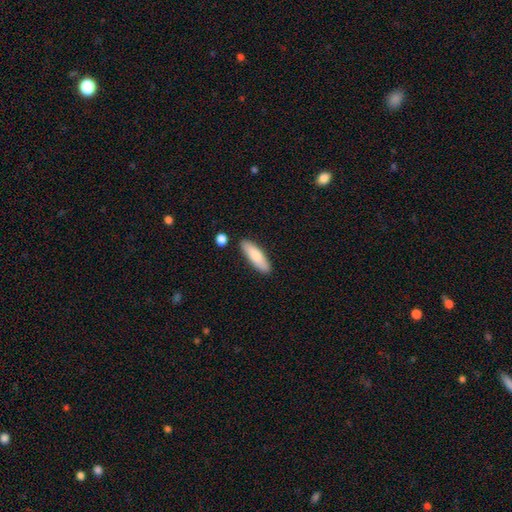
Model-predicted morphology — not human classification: The model was most divided on "how rounded": cigar-shaped: 54%, in between: 44%, round: 2%. More confident: merging — none (84%); smooth or featured — smooth (80%).